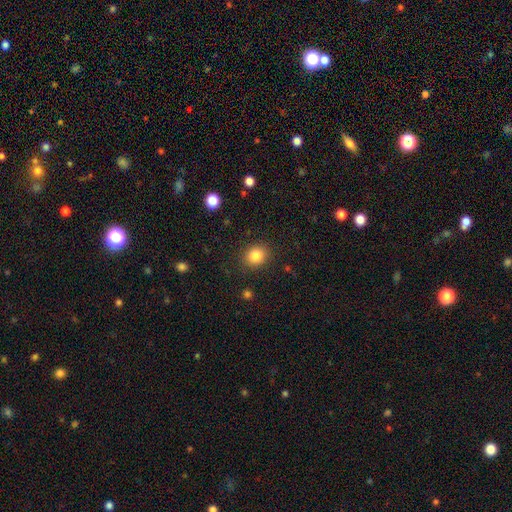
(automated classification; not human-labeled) smooth-or-featured: smooth: 84% | star or artifact: 11% | featured or disk: 6%
  how-rounded: round: 68% | in between: 31% | cigar-shaped: 1%
  merging: none: 88% | minor disturbance: 8% | major disturbance: 3% | merger: 1%